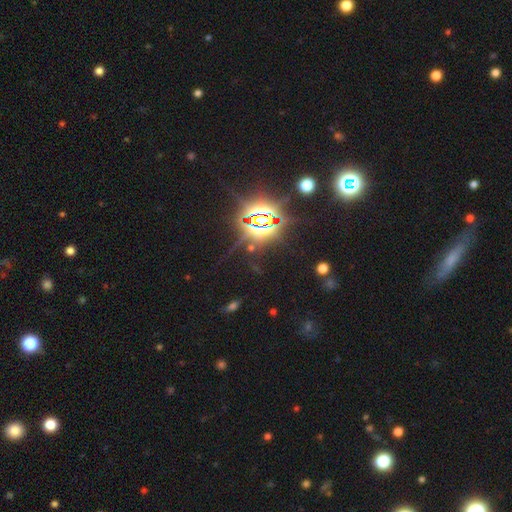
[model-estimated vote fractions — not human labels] A star or artifact, not a galaxy (83%).

Vote fractions:
- Smooth or featured? star or artifact: 83% / smooth: 10% / featured or disk: 7%